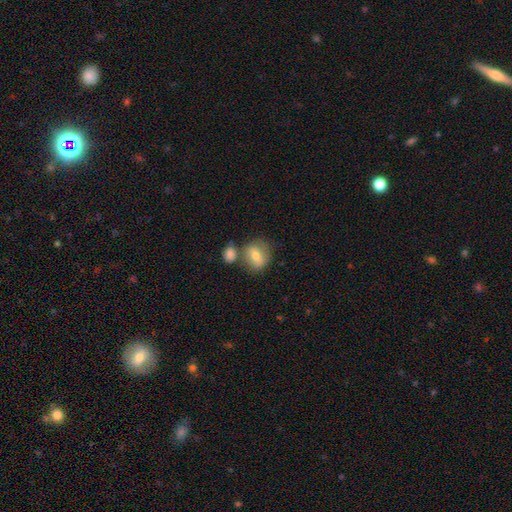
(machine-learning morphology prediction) A smooth galaxy with no disk features (65%) that is round (61%).

Vote fractions:
- Smooth or featured? smooth: 65% / featured or disk: 26% / star or artifact: 8%
- How rounded? round: 61% / in between: 38% / cigar-shaped: 2%
- Merging? none: 52% / merger: 28% / minor disturbance: 15% / major disturbance: 5%